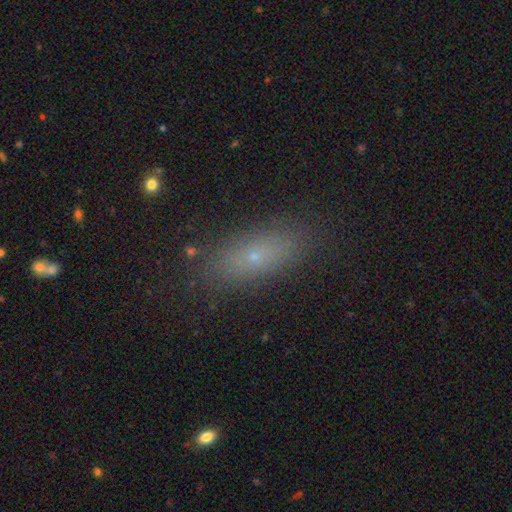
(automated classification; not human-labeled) A smooth galaxy with no disk features (65%) that is in between round and cigar-shaped (61%). Merging: none (84%).